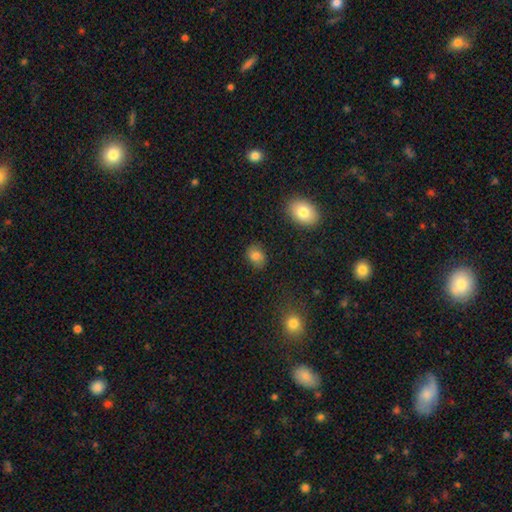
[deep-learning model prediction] smooth-or-featured: smooth: 81% | star or artifact: 11% | featured or disk: 8%
  how-rounded: in between: 65% | round: 34% | cigar-shaped: 1%
  merging: none: 78% | minor disturbance: 16% | major disturbance: 4% | merger: 2%